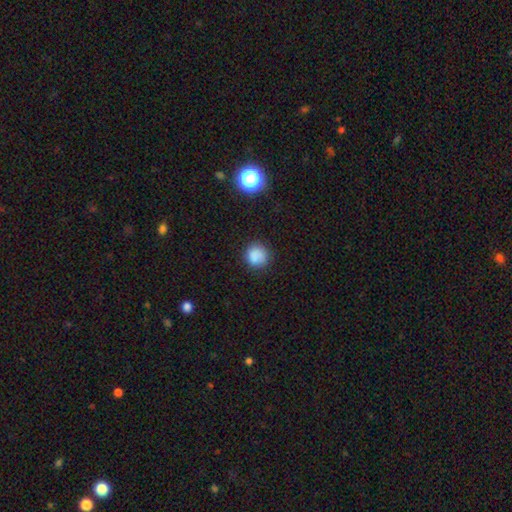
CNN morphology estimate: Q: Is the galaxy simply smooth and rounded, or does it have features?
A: smooth — 83%.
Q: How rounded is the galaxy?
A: round — 88%.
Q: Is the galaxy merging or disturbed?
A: none — 82%.